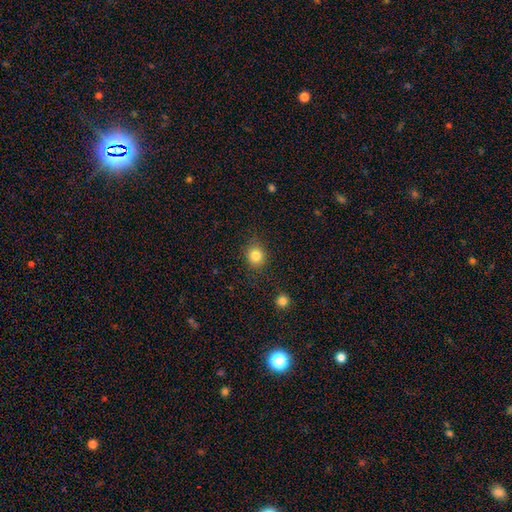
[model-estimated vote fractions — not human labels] A smooth galaxy with no disk features (83%) that is round (81%).

Vote fractions:
- Smooth or featured? smooth: 83% / star or artifact: 11% / featured or disk: 5%
- How rounded? round: 81% / in between: 18% / cigar-shaped: 1%
- Merging? none: 85% / minor disturbance: 10% / major disturbance: 3% / merger: 2%